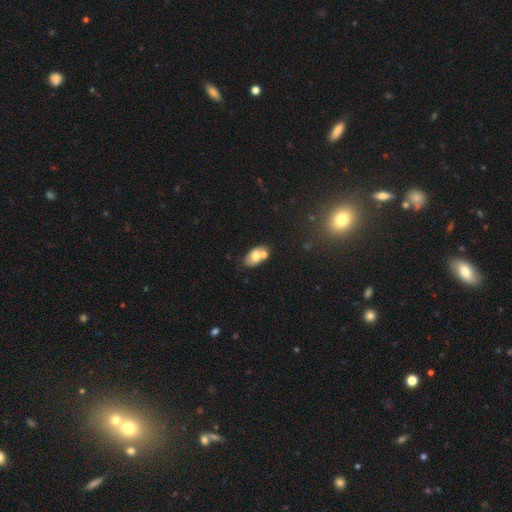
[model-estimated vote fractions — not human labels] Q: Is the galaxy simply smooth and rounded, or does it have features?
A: smooth — 66%.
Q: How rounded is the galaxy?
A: in between — 90%.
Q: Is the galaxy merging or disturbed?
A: none — 46%.